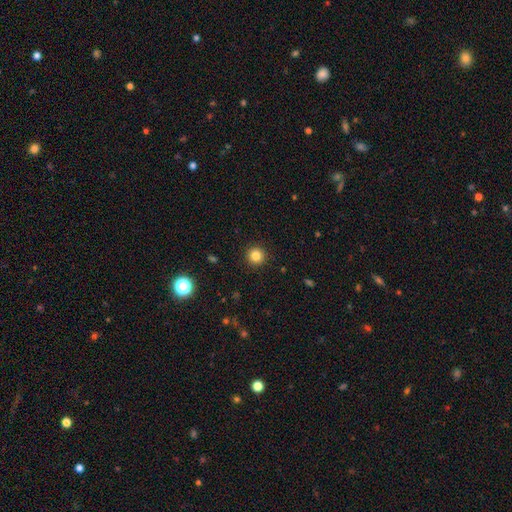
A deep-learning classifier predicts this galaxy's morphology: smooth_or_featured: smooth (p=0.83) [alt: star or artifact p=0.12]
how_rounded: round (p=0.95) [alt: in between p=0.04]
merging: none (p=0.93) [alt: minor disturbance p=0.05]